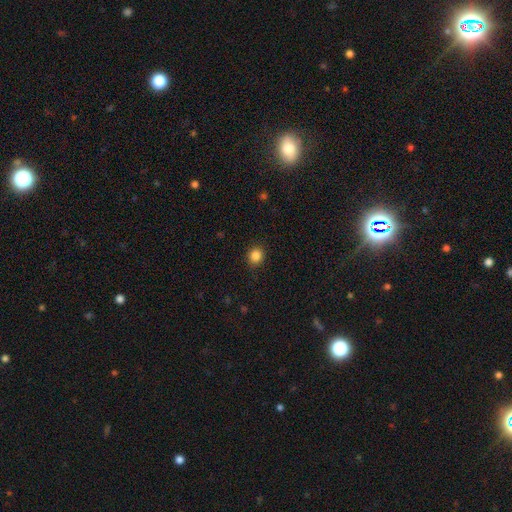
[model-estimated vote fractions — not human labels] Q: Smooth or featured?
A: smooth (85%); runner-up: star or artifact (11%)
Q: How rounded?
A: round (85%); runner-up: in between (15%)
Q: Merging?
A: none (90%); runner-up: minor disturbance (7%)